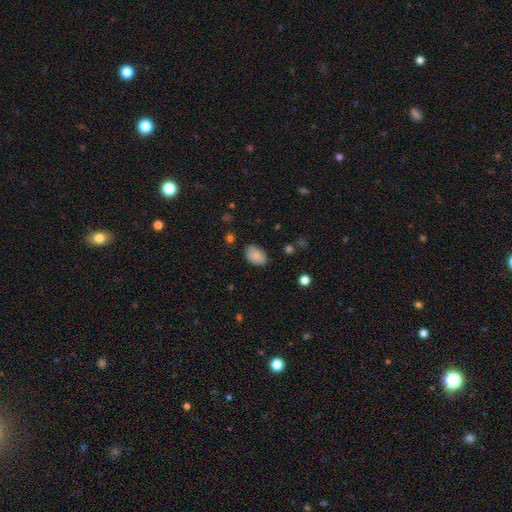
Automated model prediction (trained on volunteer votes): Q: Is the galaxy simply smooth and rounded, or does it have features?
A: smooth — 85%.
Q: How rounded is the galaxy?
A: in between — 86%.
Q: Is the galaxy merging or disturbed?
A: none — 78%.